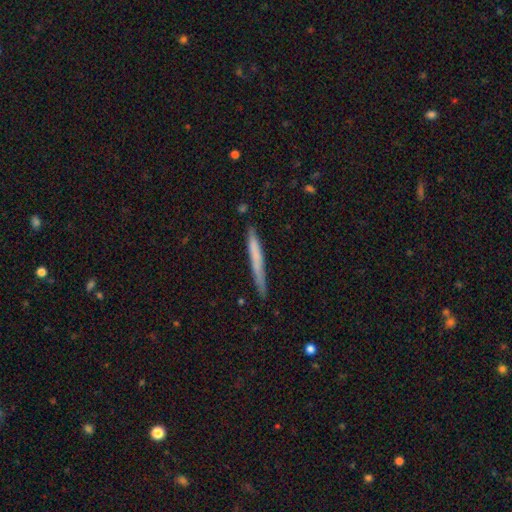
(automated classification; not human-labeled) Smooth or featured? smooth (62%)
How rounded? cigar-shaped (97%)
Merging? none (80%)